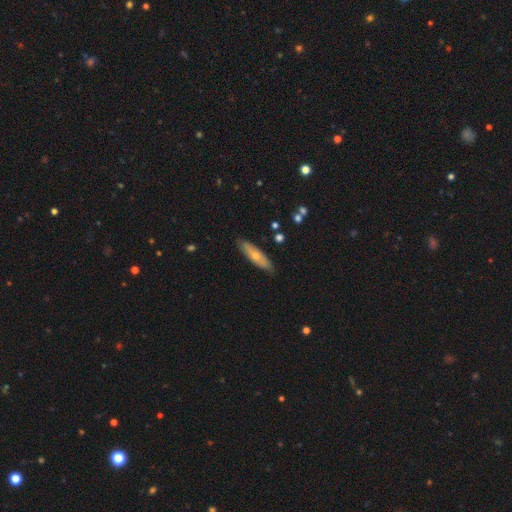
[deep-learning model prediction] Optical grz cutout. It shows a smooth galaxy with no disk features (54%) that is cigar-shaped (65%). Merging: none (86%).